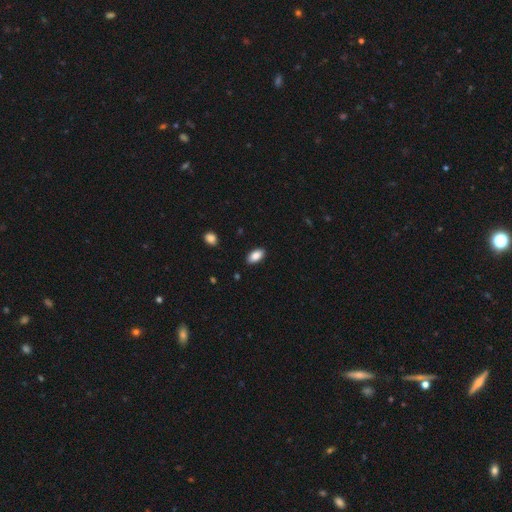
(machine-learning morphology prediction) This appears to be a smooth galaxy with no disk features (88%) that is in between round and cigar-shaped (93%). Merging: none (88%).